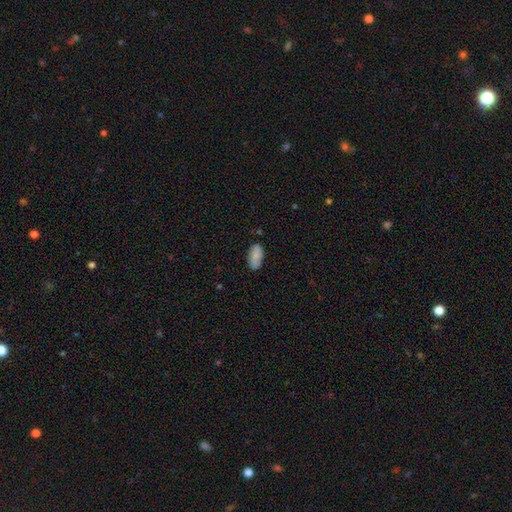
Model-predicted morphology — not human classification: A smooth galaxy with no disk features (86%) that is in between round and cigar-shaped (92%). Merging: none (80%).